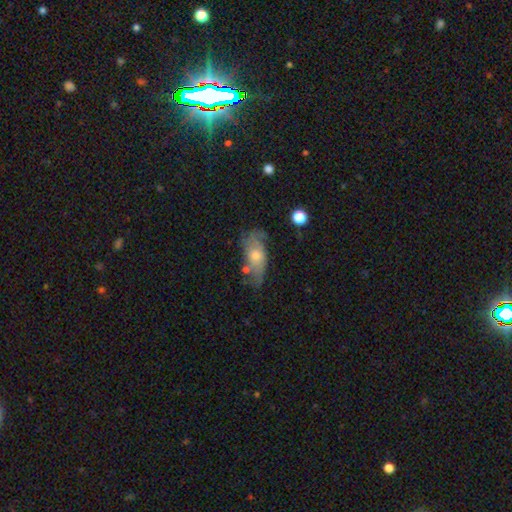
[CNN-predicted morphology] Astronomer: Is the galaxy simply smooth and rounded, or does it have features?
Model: smooth — 46%, tied with featured or disk at 46%.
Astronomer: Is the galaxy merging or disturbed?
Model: none — 48% (runner-up: minor disturbance, 29%).